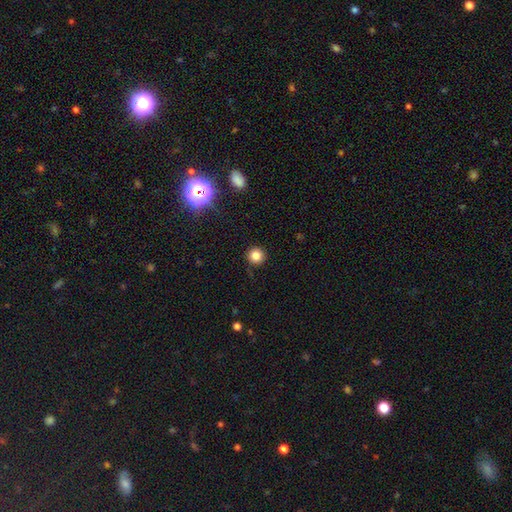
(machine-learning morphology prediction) This is clearly a smooth galaxy (81%). How rounded: clearly round (95%). Merging: clearly none (91%).